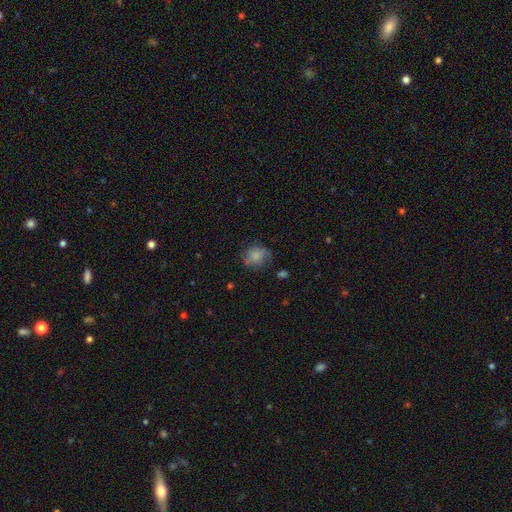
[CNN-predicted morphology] A smooth galaxy with no disk features (74%) that is round (72%). Merging: none (61%).